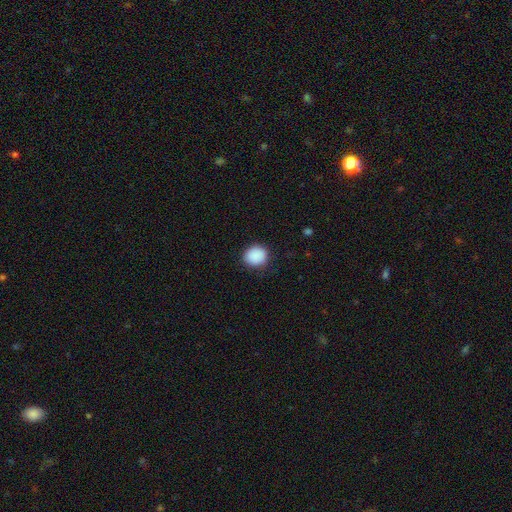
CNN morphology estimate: smooth 90%, star or artifact 8%, featured or disk 2%. Down the decision tree: how rounded — round (79%); merging — none (87%).